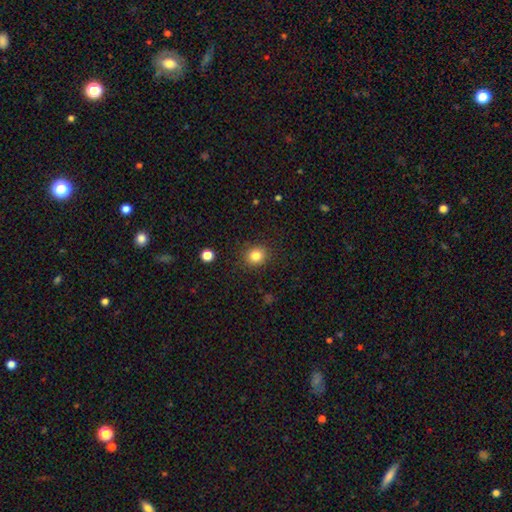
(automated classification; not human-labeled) smooth-or-featured: smooth: 83% | star or artifact: 11% | featured or disk: 6%
  how-rounded: round: 81% | in between: 18% | cigar-shaped: 1%
  merging: none: 88% | minor disturbance: 8% | major disturbance: 3% | merger: 1%